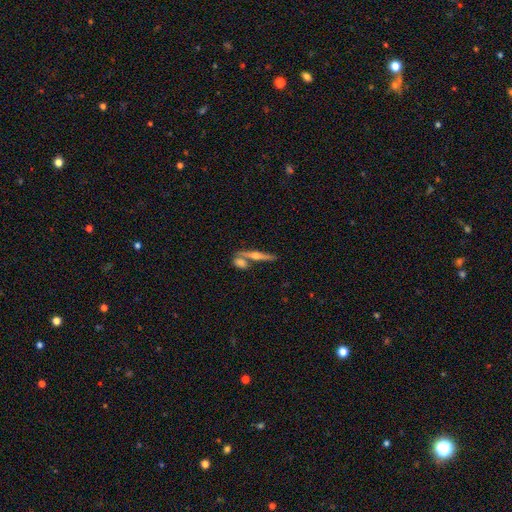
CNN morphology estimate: type=featured or disk (68%); edge-on=yes (94%); edge-on bulge=rounded (89%); merging=none (62%).